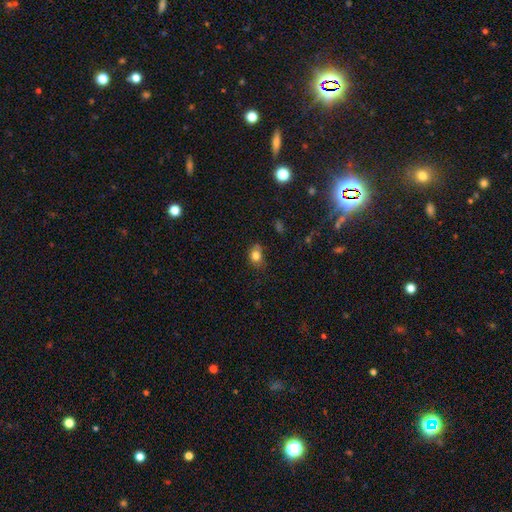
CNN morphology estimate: type=smooth (80%); roundness=round (49%, tied with in between); merging=none (59%).